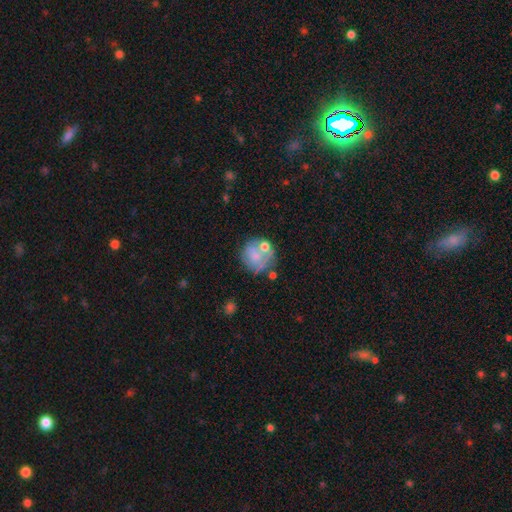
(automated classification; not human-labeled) Smooth or featured? Predicted: smooth (p=0.51). How rounded? Predicted: round (p=0.80). Merging? Predicted: none (p=0.47).